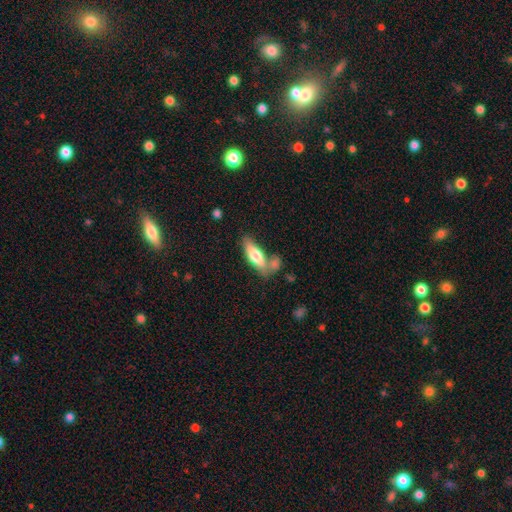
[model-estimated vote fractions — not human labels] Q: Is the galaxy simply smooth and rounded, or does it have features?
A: smooth — 66%.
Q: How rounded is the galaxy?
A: in between — 58%.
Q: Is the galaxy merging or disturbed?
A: none — 52%.